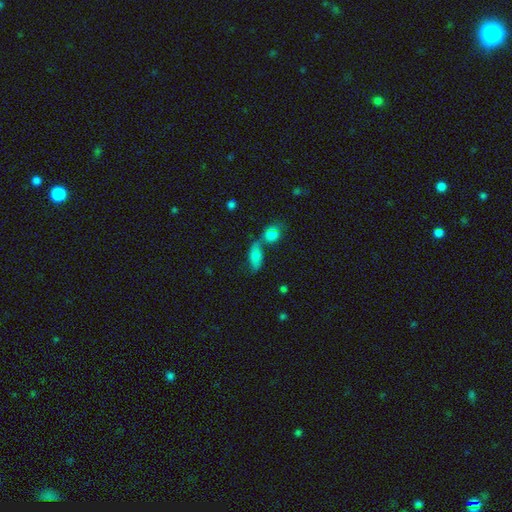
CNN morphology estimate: type=smooth (67%); roundness=in between (78%); merging=merger (45%).